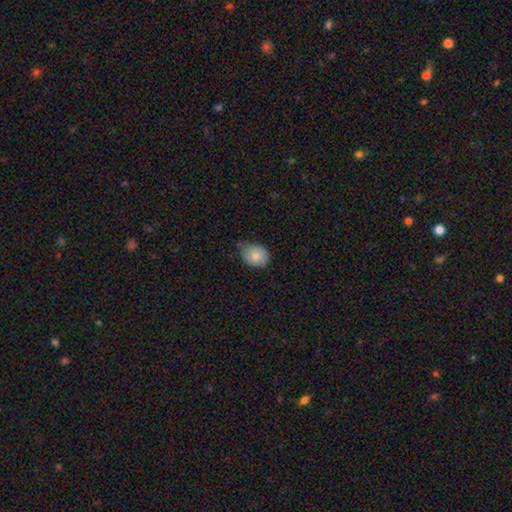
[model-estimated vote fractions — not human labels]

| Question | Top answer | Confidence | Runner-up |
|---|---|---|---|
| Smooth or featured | smooth | 81% | featured or disk (11%) |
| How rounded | in between | 65% | round (34%) |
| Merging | none | 49% | minor disturbance (43%) |